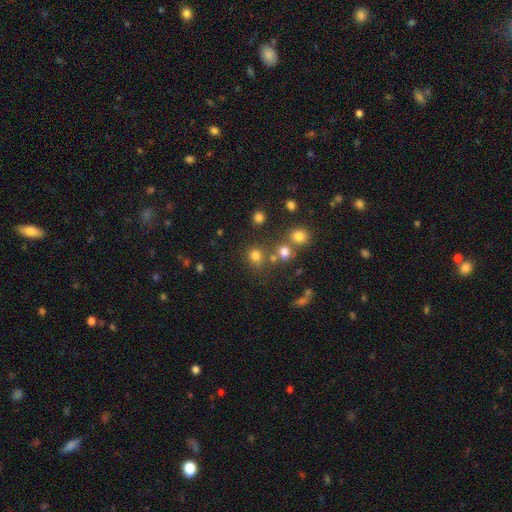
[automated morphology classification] smooth-or-featured: smooth: 75% | star or artifact: 18% | featured or disk: 7%
  how-rounded: round: 83% | in between: 16% | cigar-shaped: 1%
  merging: none: 68% | merger: 17% | minor disturbance: 10% | major disturbance: 5%